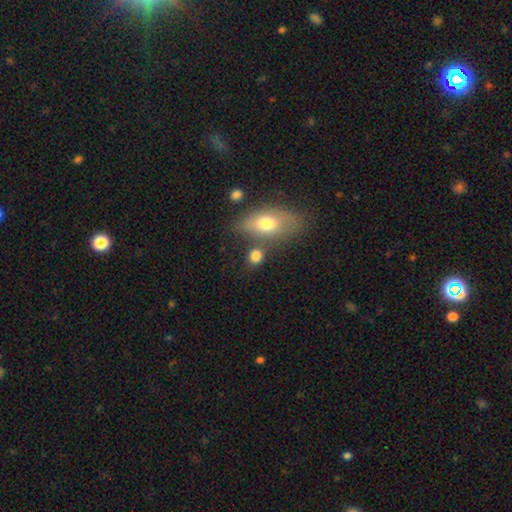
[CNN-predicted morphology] This appears to be a smooth galaxy with no disk features (81%) that is round (57%). Merging: none (63%).